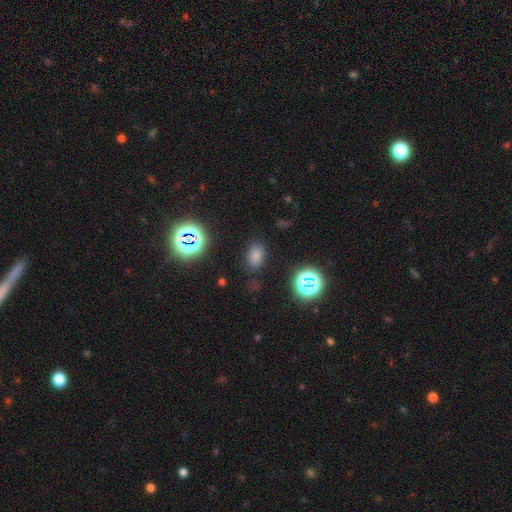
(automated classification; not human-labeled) This appears to be a smooth galaxy with no disk features (70%) that is in between round and cigar-shaped (83%). Merging: none (81%).